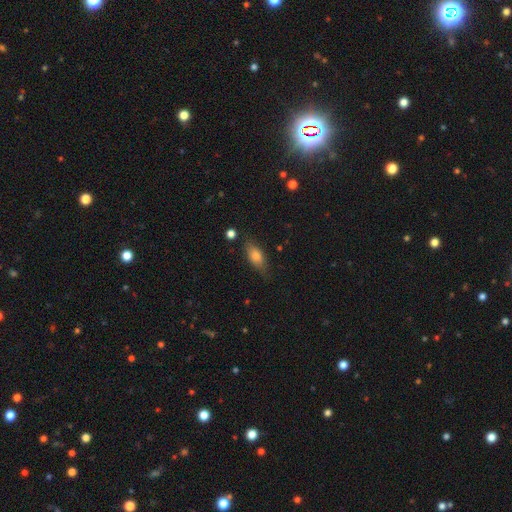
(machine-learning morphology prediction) This appears to be a smooth galaxy with no disk features (74%) that is in between round and cigar-shaped (78%). Merging: none (76%).